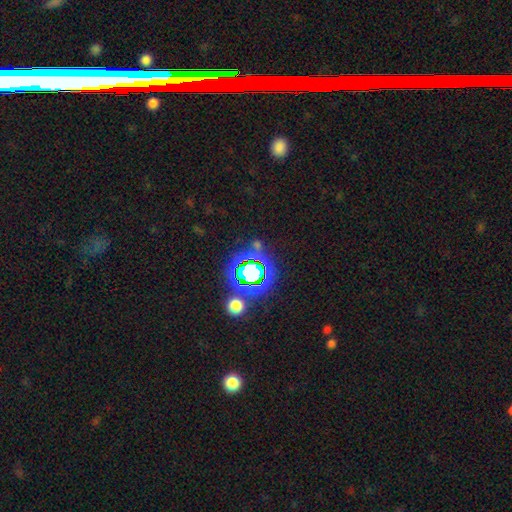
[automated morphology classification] Smooth or featured?
  - star or artifact: 75% *
  - smooth: 16%
  - featured or disk: 9%